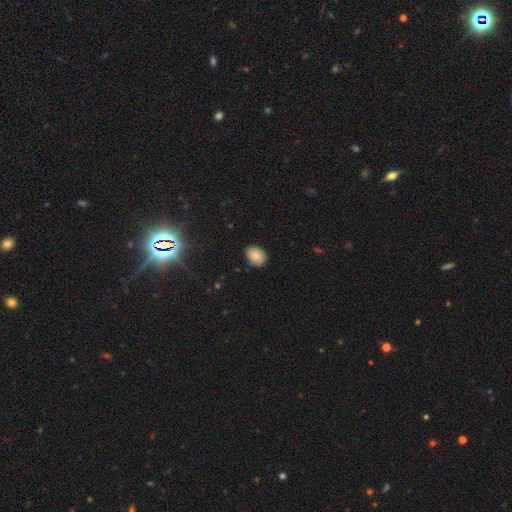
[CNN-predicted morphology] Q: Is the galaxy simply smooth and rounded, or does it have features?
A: smooth — 85%.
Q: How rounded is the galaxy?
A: in between — 67%.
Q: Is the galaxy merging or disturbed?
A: none — 85%.